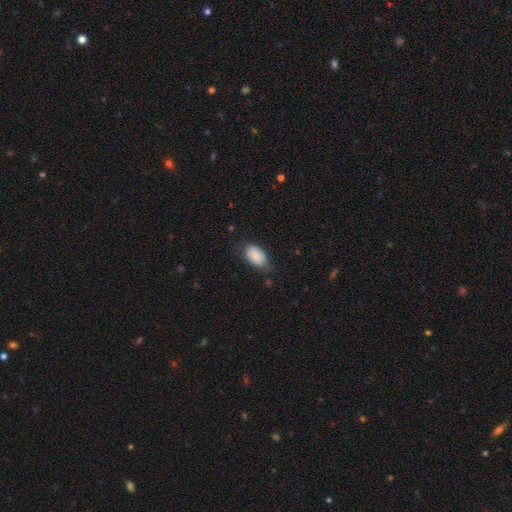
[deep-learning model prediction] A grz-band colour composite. It shows a smooth galaxy with no disk features (85%) that is in between round and cigar-shaped (91%). Merging: none (59%).